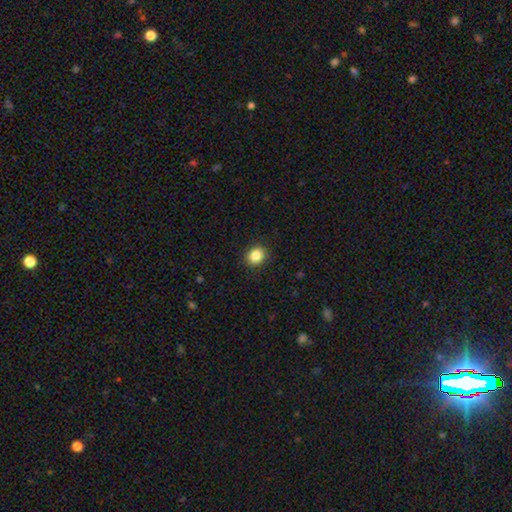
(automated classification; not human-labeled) The model was most divided on "how rounded": round: 76%, in between: 23%, cigar-shaped: 1%. More confident: merging — none (91%); smooth or featured — smooth (85%).